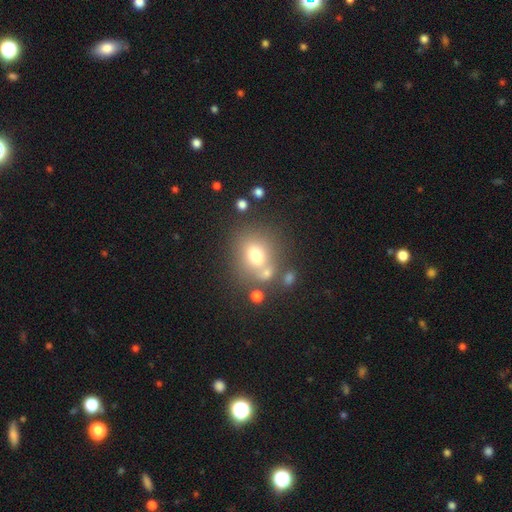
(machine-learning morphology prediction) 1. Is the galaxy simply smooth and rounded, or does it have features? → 70% smooth, 15% featured or disk, 15% star or artifact.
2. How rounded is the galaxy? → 63% round, 36% in between, 1% cigar-shaped.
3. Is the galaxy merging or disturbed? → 62% none, 18% merger, 13% minor disturbance, 6% major disturbance.